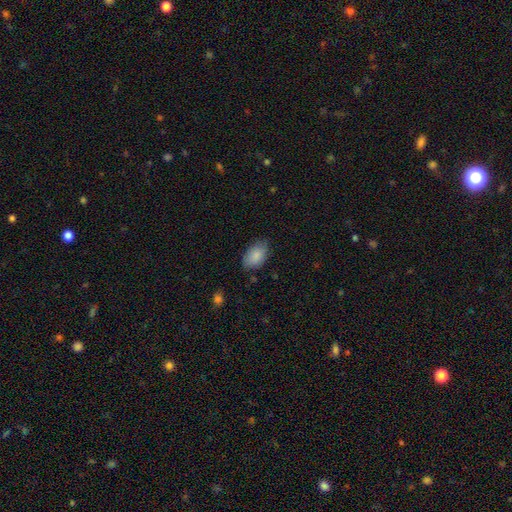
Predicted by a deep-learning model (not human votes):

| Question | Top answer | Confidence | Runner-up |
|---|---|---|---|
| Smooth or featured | smooth | 87% | star or artifact (7%) |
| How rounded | in between | 92% | round (7%) |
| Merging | none | 76% | minor disturbance (19%) |